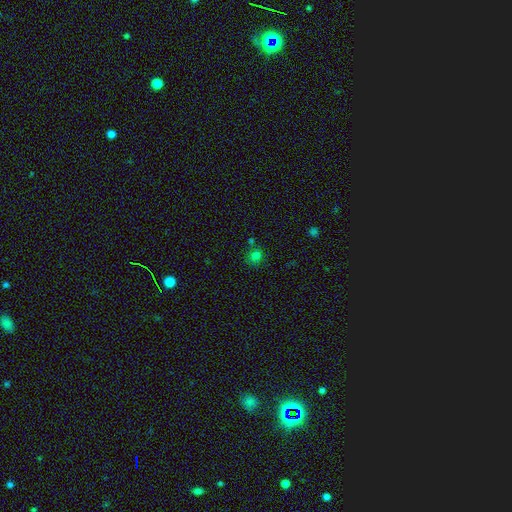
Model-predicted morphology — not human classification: This appears to be a smooth galaxy with no disk features (74%) that is round (78%). Merging: none (72%).